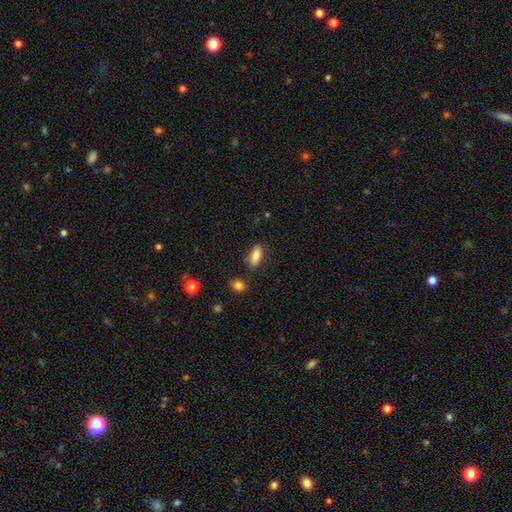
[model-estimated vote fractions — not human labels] Overall: smooth (84%). How rounded: in between (78%). Merging: none (81%).